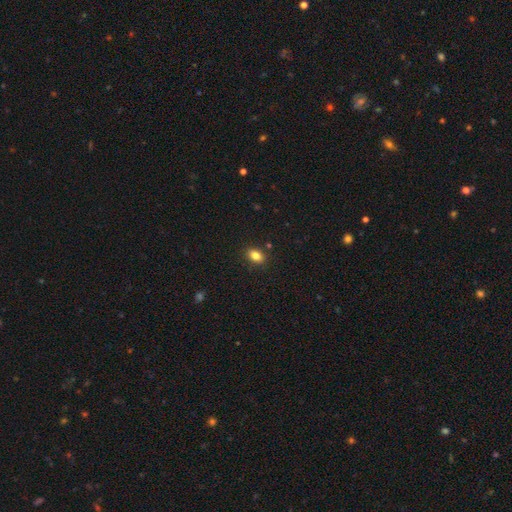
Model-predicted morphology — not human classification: smooth-or-featured: smooth: 83% | star or artifact: 10% | featured or disk: 7%
  how-rounded: in between: 80% | round: 18% | cigar-shaped: 2%
  merging: none: 87% | minor disturbance: 9% | merger: 2% | major disturbance: 2%